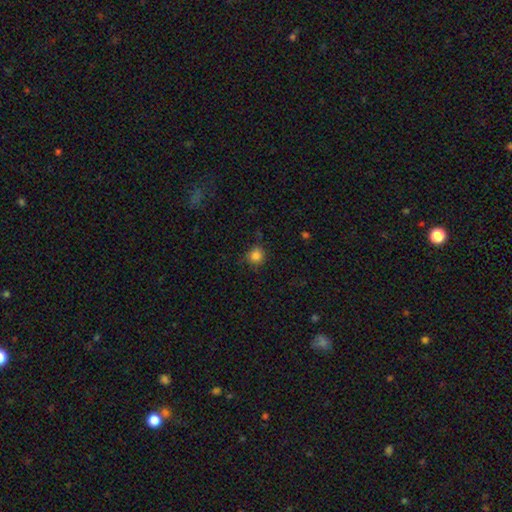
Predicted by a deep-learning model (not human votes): Morphology: type=smooth (83%); roundness=round (86%); merging=none (74%).